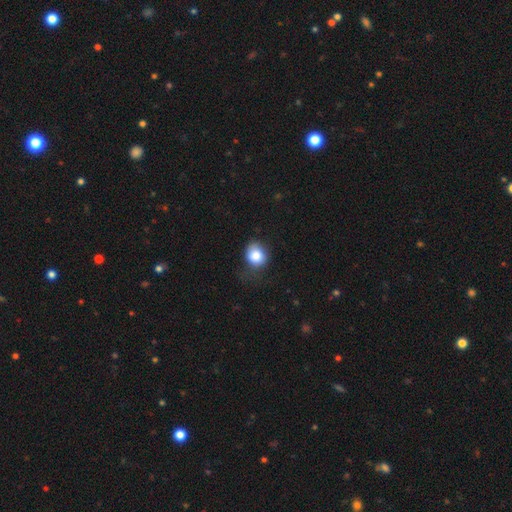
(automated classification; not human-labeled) A smooth galaxy with no disk features (83%) that is round (64%).

Vote fractions:
- Smooth or featured? smooth: 83% / star or artifact: 9% / featured or disk: 8%
- How rounded? round: 64% / in between: 36% / cigar-shaped: 1%
- Merging? none: 54% / minor disturbance: 32% / major disturbance: 13% / merger: 2%